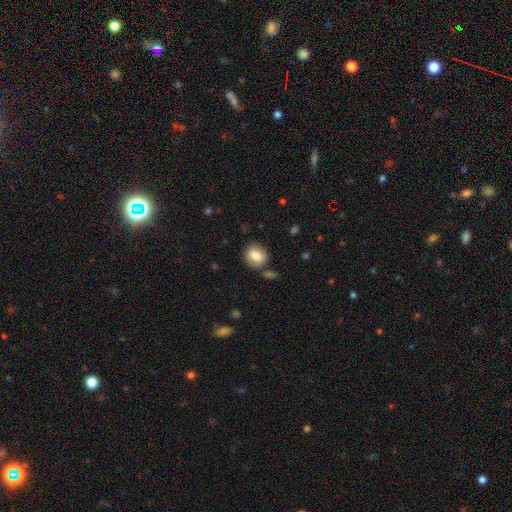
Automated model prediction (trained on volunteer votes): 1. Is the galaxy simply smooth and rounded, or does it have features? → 78% smooth, 13% featured or disk, 8% star or artifact.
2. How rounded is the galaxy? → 65% round, 34% in between, 1% cigar-shaped.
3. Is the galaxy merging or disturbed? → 76% none, 14% minor disturbance, 5% merger, 4% major disturbance.